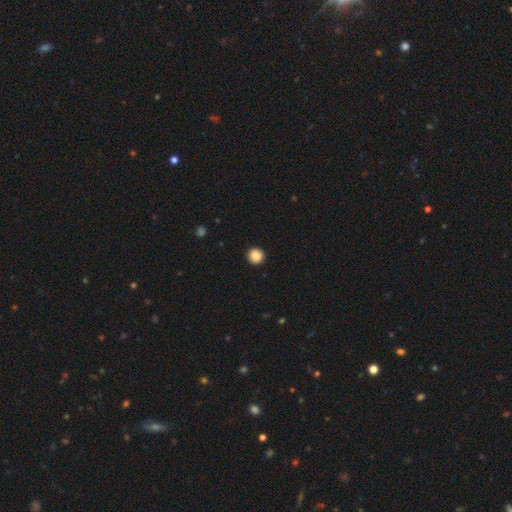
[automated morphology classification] A smooth galaxy with no disk features (88%) that is round (94%). Merging: none (92%).